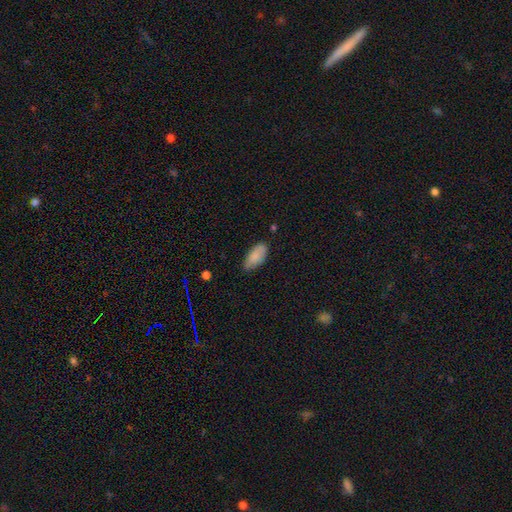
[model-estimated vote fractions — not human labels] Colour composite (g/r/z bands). It shows a smooth galaxy with no disk features (86%) that is in between round and cigar-shaped (91%). Merging: none (74%).